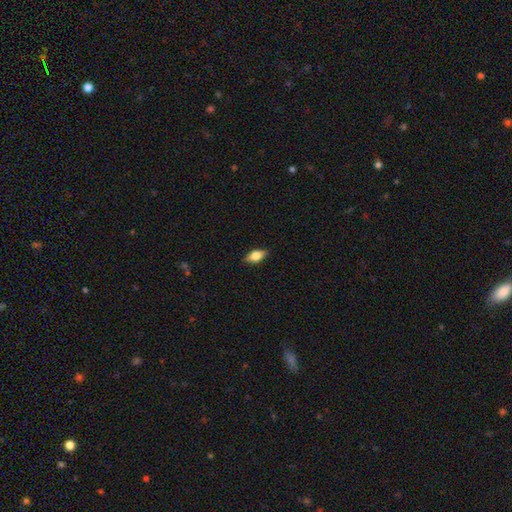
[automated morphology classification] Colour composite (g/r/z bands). It shows a smooth galaxy with no disk features (69%) that is in between round and cigar-shaped (85%). Merging: none (87%).